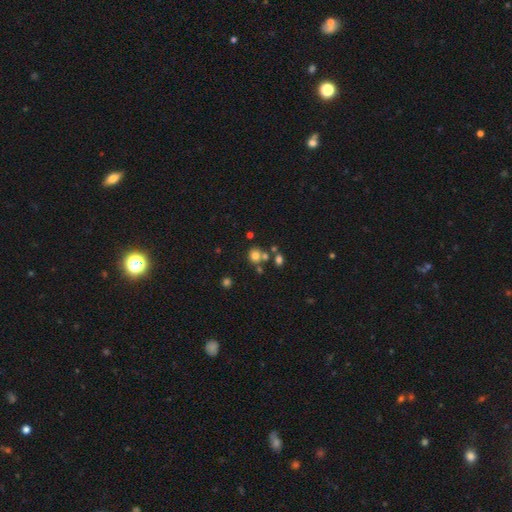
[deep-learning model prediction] Overall: smooth (74%). How rounded: round (80%). Merging: none (60%; merger 25%).